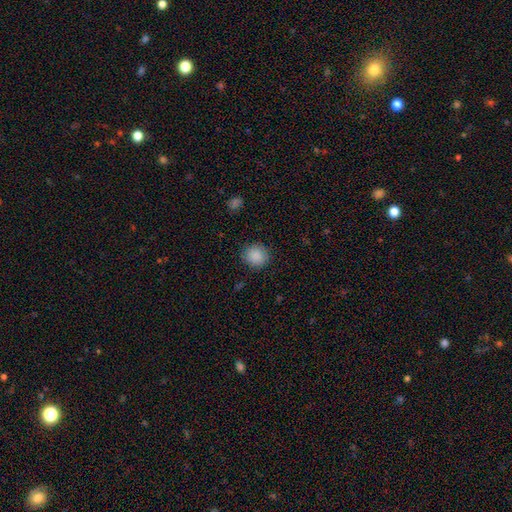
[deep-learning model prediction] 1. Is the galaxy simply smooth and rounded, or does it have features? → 88% smooth, 9% star or artifact, 3% featured or disk.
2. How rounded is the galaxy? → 89% round, 10% in between, 1% cigar-shaped.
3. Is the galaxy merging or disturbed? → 88% none, 9% minor disturbance, 3% major disturbance, 1% merger.